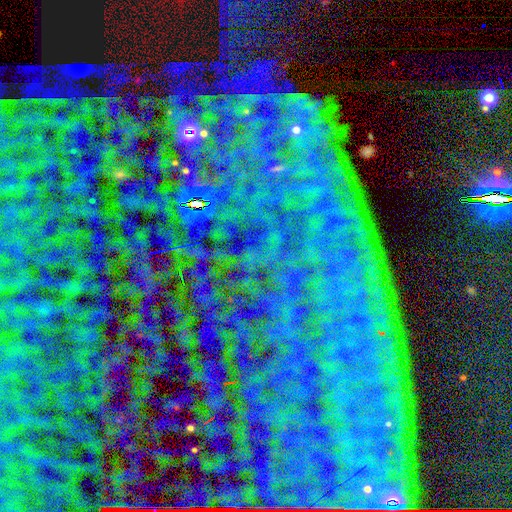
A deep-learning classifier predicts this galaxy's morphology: Smooth or featured?
  - star or artifact: 84% *
  - smooth: 8%
  - featured or disk: 8%